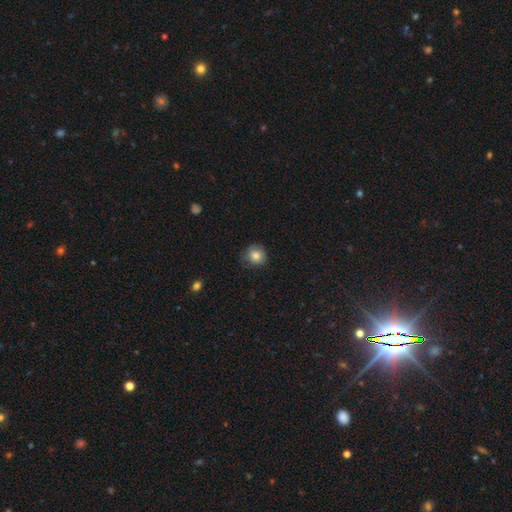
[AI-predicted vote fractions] A smooth galaxy with no disk features (79%) that is round (85%). Merging: none (69%).